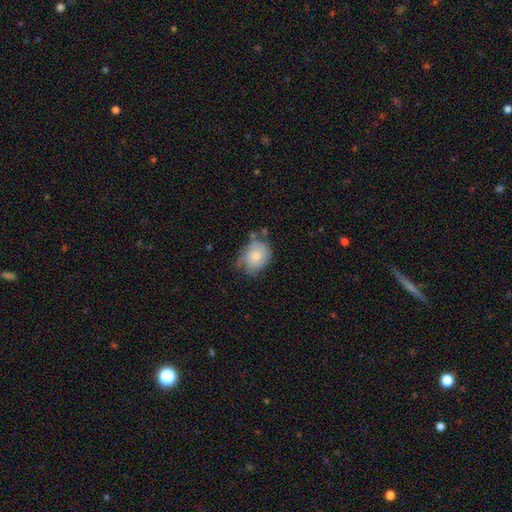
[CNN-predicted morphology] A smooth galaxy with no disk features (64%) that is in between round and cigar-shaped (59%). Merging: none (42%).